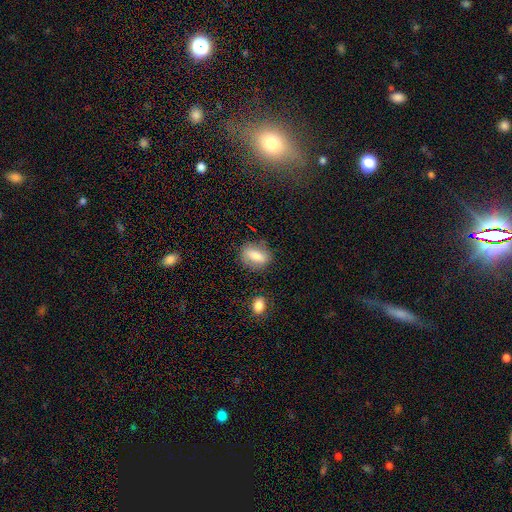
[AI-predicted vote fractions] smooth-or-featured: smooth: 76% | featured or disk: 16% | star or artifact: 8%
  how-rounded: in between: 76% | round: 17% | cigar-shaped: 7%
  merging: none: 75% | minor disturbance: 16% | major disturbance: 5% | merger: 3%